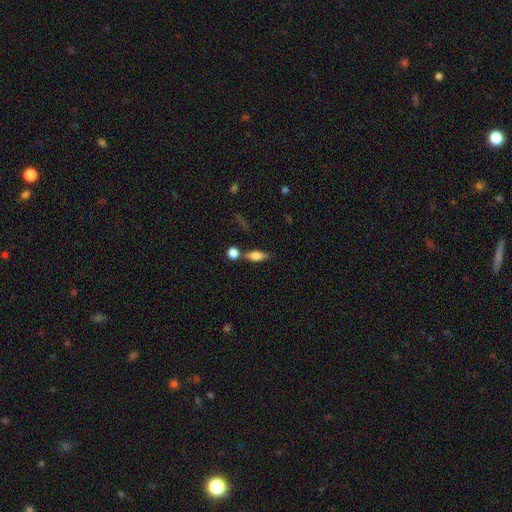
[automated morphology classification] smooth-or-featured: smooth: 72% | featured or disk: 20% | star or artifact: 9%
  how-rounded: in between: 69% | cigar-shaped: 24% | round: 7%
  merging: none: 64% | merger: 17% | minor disturbance: 14% | major disturbance: 5%